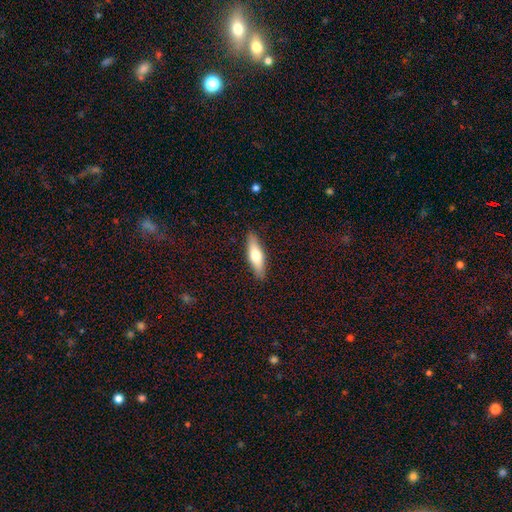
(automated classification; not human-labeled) Overall: smooth (60%; featured or disk 35%). How rounded: cigar-shaped (60%; in between 38%). Merging: none (89%).